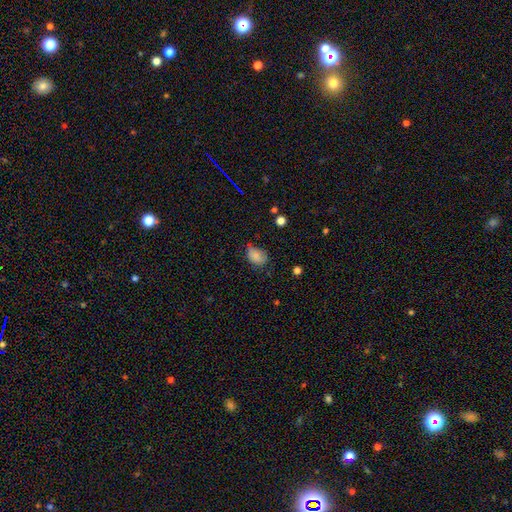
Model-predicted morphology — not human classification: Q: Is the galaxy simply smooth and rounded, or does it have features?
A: smooth — 81%.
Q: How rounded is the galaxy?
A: in between — 78%.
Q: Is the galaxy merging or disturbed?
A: none — 51%.